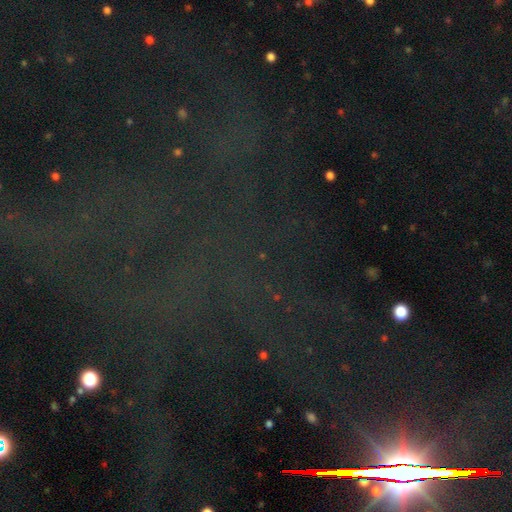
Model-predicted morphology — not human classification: Smooth or featured?
  - star or artifact: 78% *
  - featured or disk: 12%
  - smooth: 10%